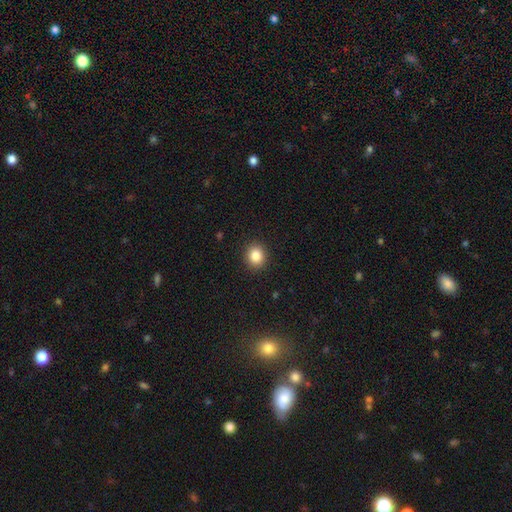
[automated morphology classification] smooth 85%, star or artifact 10%, featured or disk 5%. Down the decision tree: how rounded — round (78%); merging — none (91%).